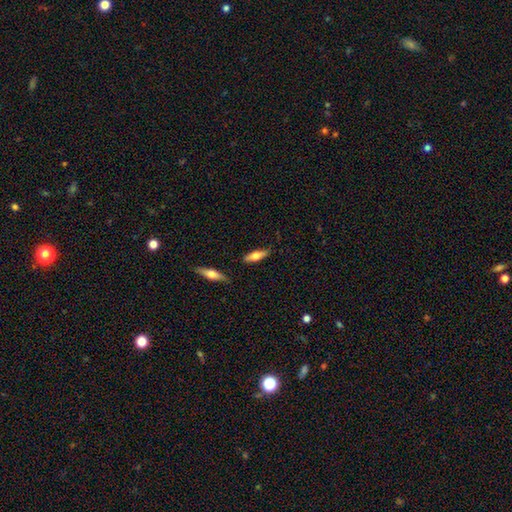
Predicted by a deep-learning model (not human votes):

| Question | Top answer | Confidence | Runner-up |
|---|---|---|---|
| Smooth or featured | smooth | 55% | featured or disk (39%) |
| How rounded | cigar-shaped | 52% | in between (46%) |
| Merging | none | 82% | minor disturbance (12%) |